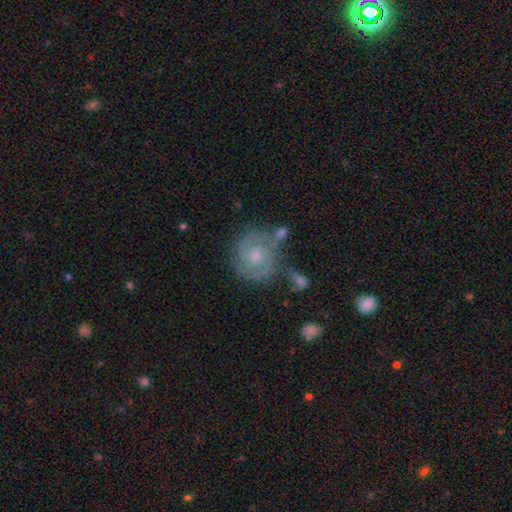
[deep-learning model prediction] A featured or disk galaxy (74%) with no bar (70%), 2 (68%) tight (59%) spiral arms (89%) and a moderate central bulge (61%).

Vote fractions:
- Smooth or featured? featured or disk: 74% / smooth: 19% / star or artifact: 8%
- Edge-on disk? no: 98% / yes: 2%
- Bar? no: 70% / weak: 26% / strong: 4%
- Spiral arms? yes: 89% / no: 11%
- Spiral winding? tight: 59% / medium: 32% / loose: 9%
- Spiral arm count? 2: 68% / can't tell: 17% / 3: 6% / 1: 4% / 4: 2% / more than 4: 2%
- Bulge size? moderate: 61% / small: 25% / large: 8% / none: 5% / dominant: 1%
- Merging? none: 67% / minor disturbance: 17% / merger: 8% / major disturbance: 8%